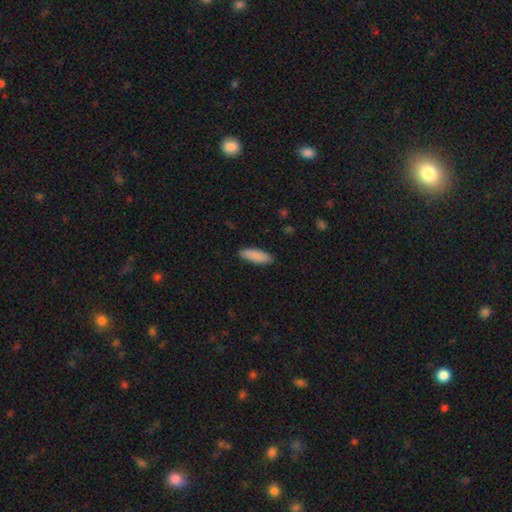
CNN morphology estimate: Q: Smooth or featured?
A: smooth (89%); runner-up: star or artifact (6%)
Q: How rounded?
A: in between (61%); runner-up: cigar-shaped (37%)
Q: Merging?
A: none (88%); runner-up: minor disturbance (9%)